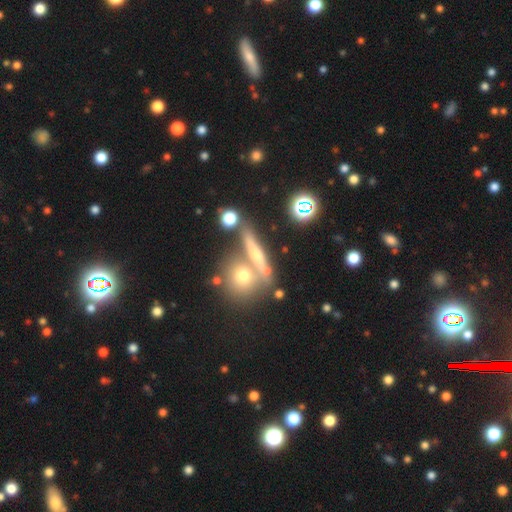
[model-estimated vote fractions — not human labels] smooth-or-featured: featured or disk: 43% | smooth: 41% | star or artifact: 17%
  merging: none: 60% | merger: 25% | minor disturbance: 10% | major disturbance: 5%